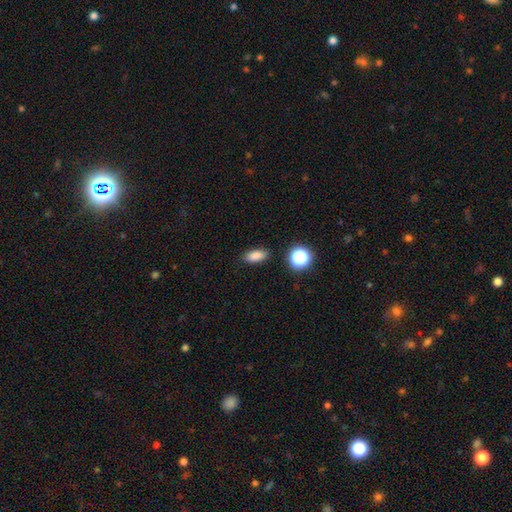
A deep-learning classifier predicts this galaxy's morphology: smooth_or_featured: smooth (p=0.84) [alt: star or artifact p=0.12]
how_rounded: in between (p=0.82) [alt: cigar-shaped p=0.09]
merging: none (p=0.87) [alt: minor disturbance p=0.09]